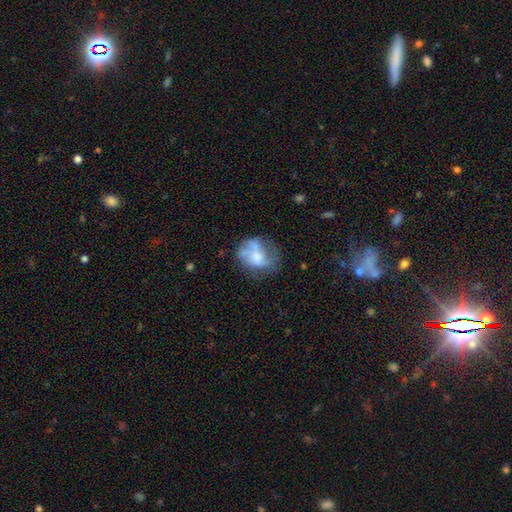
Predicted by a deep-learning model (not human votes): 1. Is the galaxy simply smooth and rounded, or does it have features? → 46% smooth, 44% featured or disk, 10% star or artifact.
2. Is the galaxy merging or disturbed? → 42% none, 25% major disturbance, 25% minor disturbance, 7% merger.